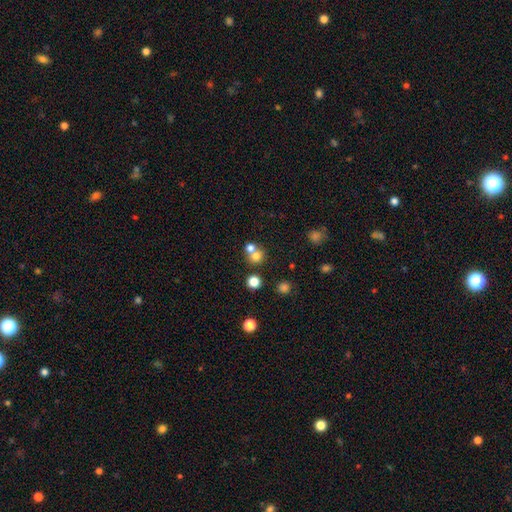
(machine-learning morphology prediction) Smooth or featured: smooth — 71% (star or artifact — 16%)
How rounded: round — 84% (in between — 15%)
Merging: merger — 46% (none — 45%)